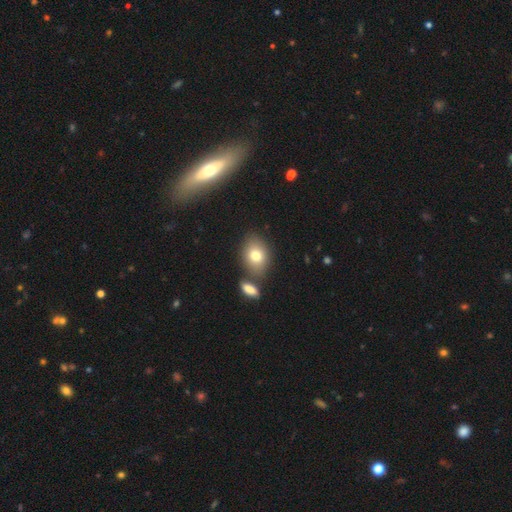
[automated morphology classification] type=smooth (78%); roundness=in between (69%); merging=none (69%).